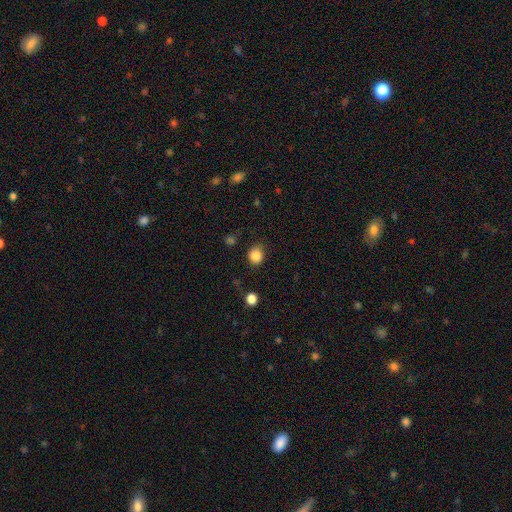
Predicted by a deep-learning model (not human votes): Q: Smooth or featured?
A: smooth (86%); runner-up: star or artifact (11%)
Q: How rounded?
A: round (79%); runner-up: in between (20%)
Q: Merging?
A: none (75%); runner-up: minor disturbance (17%)